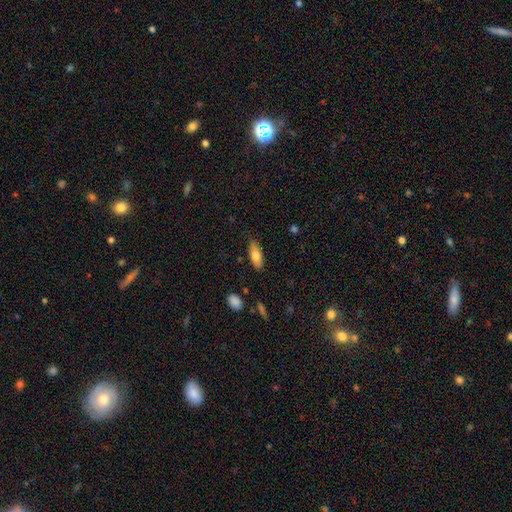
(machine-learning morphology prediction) Smooth or featured? smooth (74%)
How rounded? in between (77%)
Merging? none (81%)